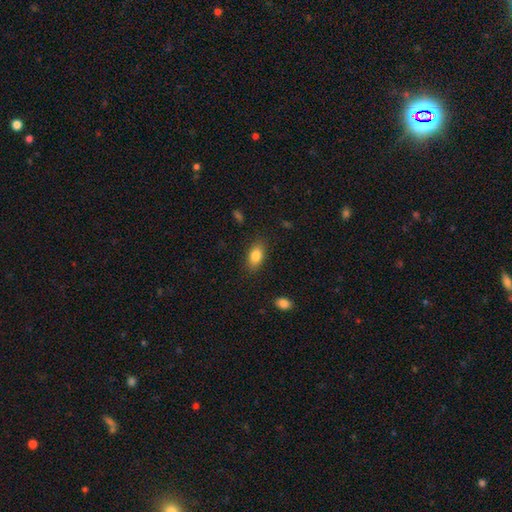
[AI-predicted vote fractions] Smooth or featured: smooth — 83% (featured or disk — 9%)
How rounded: in between — 88% (round — 7%)
Merging: none — 85% (minor disturbance — 11%)